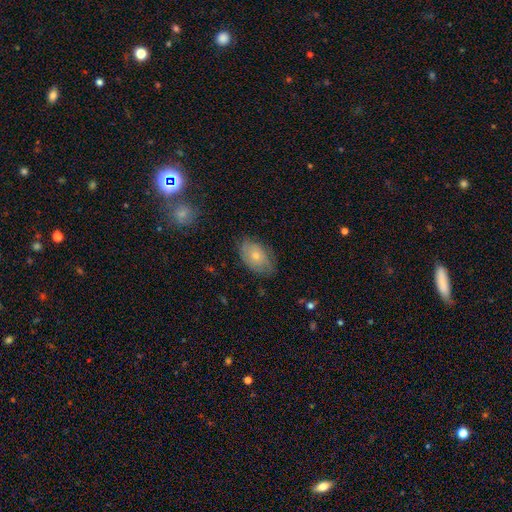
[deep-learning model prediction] This is possibly a smooth galaxy (58%). How rounded: clearly in between (89%). Merging: likely none (73%).